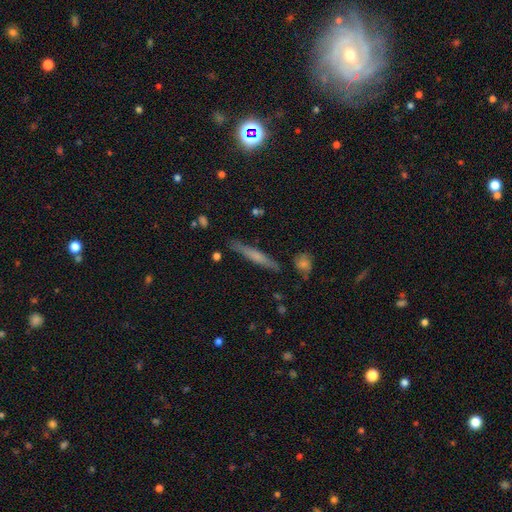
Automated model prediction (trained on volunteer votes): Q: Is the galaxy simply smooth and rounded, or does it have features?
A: smooth — 48%.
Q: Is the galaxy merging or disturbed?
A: none — 84%.